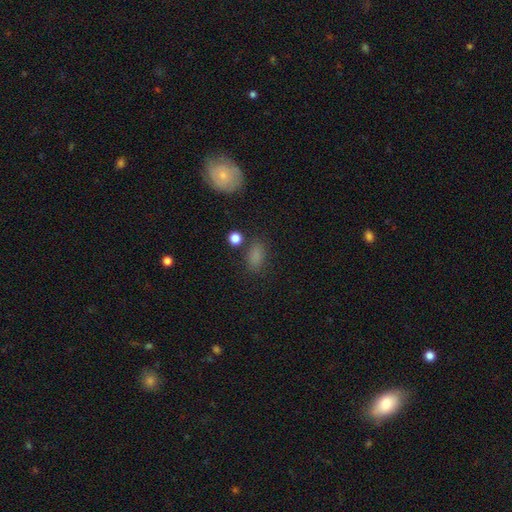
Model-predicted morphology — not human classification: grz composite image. It shows a smooth galaxy with no disk features (80%) that is in between round and cigar-shaped (83%). Merging: none (75%).